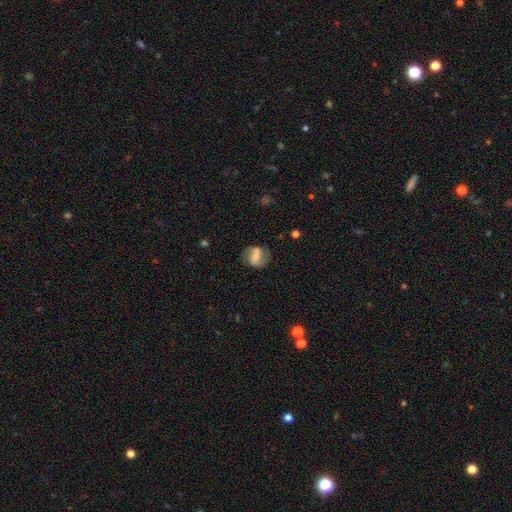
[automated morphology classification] type=featured or disk (54%); edge-on=no (97%); bar=weak (39%); spiral arms=yes (73%); bulge=moderate (45%); merging=none (56%).